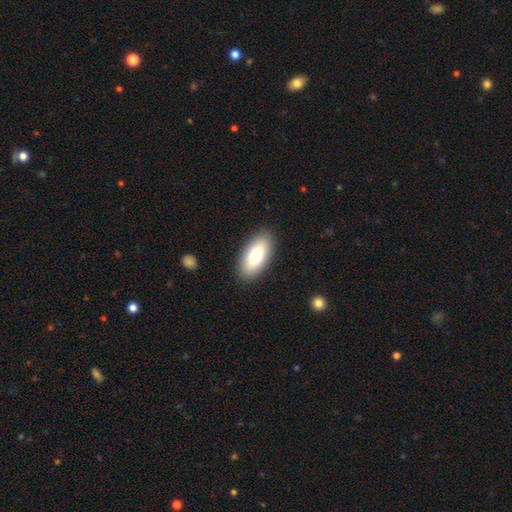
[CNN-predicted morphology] This appears to be a smooth galaxy with no disk features (78%) that is in between round and cigar-shaped (88%). Merging: none (88%).